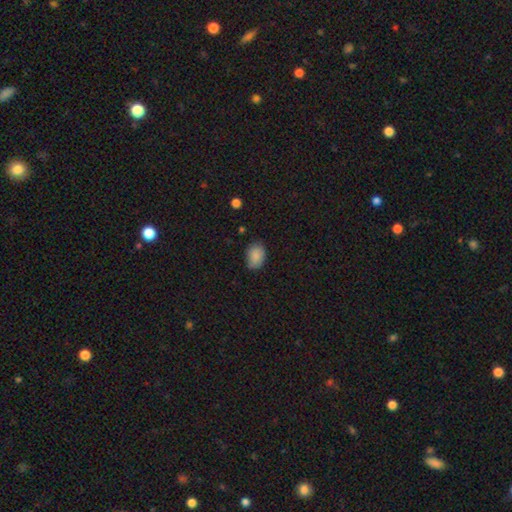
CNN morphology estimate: Q: Smooth or featured?
A: smooth (86%); runner-up: star or artifact (8%)
Q: How rounded?
A: in between (78%); runner-up: round (20%)
Q: Merging?
A: none (73%); runner-up: minor disturbance (22%)